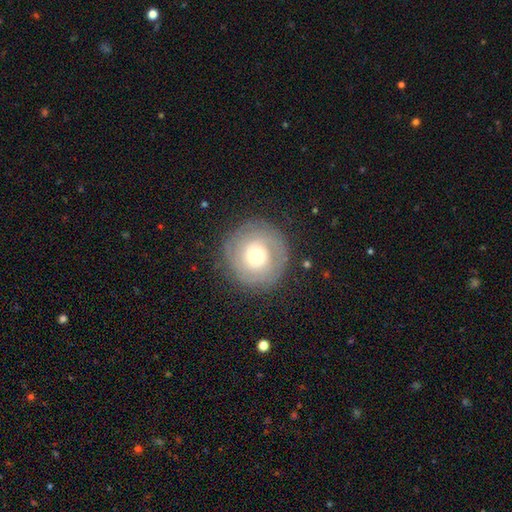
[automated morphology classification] Smooth or featured? Predicted: featured or disk (p=0.58). Edge-on disk? Predicted: no (p=0.97). Bar? Predicted: no (p=0.82). Spiral arms? Predicted: yes (p=0.76). Bulge size? Predicted: moderate (p=0.56). Merging? Predicted: none (p=0.84).